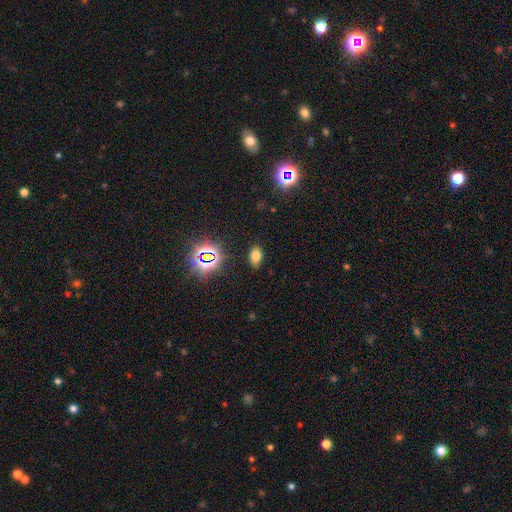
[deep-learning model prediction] The model was most divided on "smooth or featured": smooth: 69%, star or artifact: 22%, featured or disk: 9%. More confident: how rounded — in between (88%); merging — none (86%).